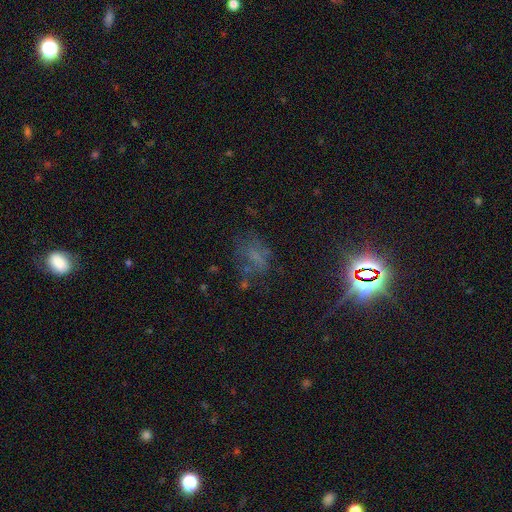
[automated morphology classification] Overall: star or artifact (40%; smooth 32%).